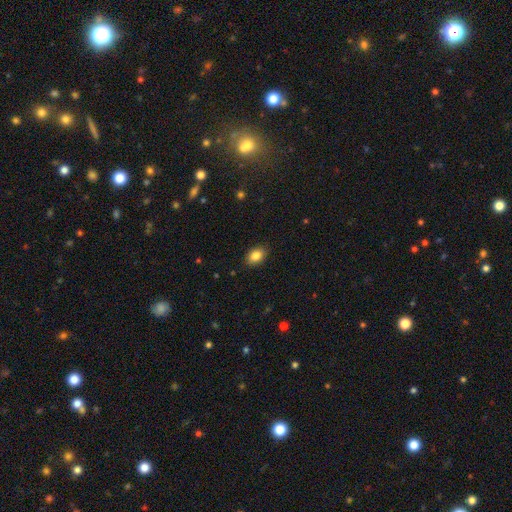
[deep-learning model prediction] A smooth galaxy with no disk features (85%) that is in between round and cigar-shaped (84%). Merging: none (87%).